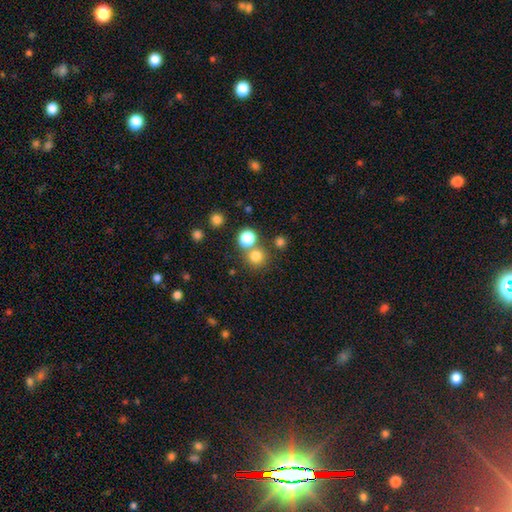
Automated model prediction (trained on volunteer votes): A smooth galaxy with no disk features (77%) that is round (91%).

Vote fractions:
- Smooth or featured? smooth: 77% / star or artifact: 17% / featured or disk: 6%
- How rounded? round: 91% / in between: 8% / cigar-shaped: 1%
- Merging? none: 67% / merger: 23% / minor disturbance: 7% / major disturbance: 3%